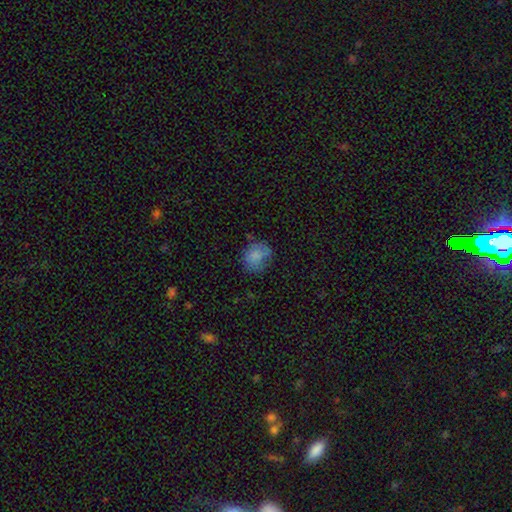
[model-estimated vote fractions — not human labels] Smooth or featured? smooth (75%)
How rounded? round (63%)
Merging? none (59%)